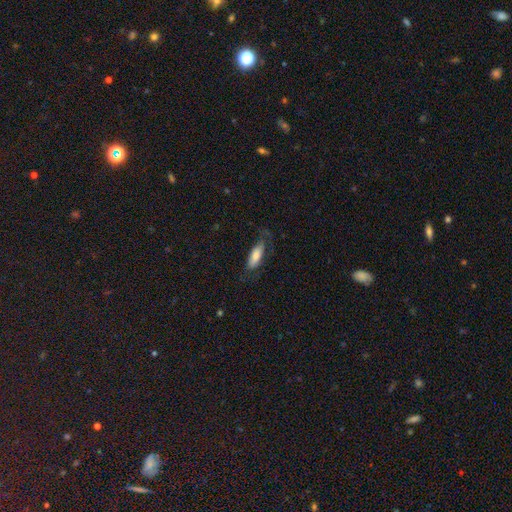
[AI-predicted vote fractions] smooth-or-featured: smooth: 70% | featured or disk: 23% | star or artifact: 6%
  how-rounded: in between: 65% | cigar-shaped: 33% | round: 2%
  merging: none: 57% | minor disturbance: 24% | major disturbance: 17% | merger: 2%